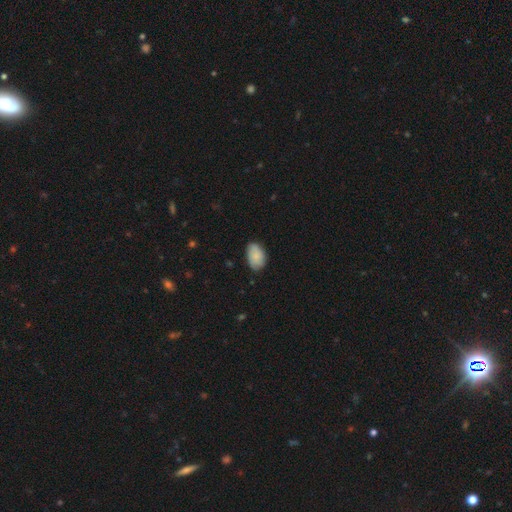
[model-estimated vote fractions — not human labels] A smooth galaxy with no disk features (83%) that is in between round and cigar-shaped (90%). Merging: none (75%).